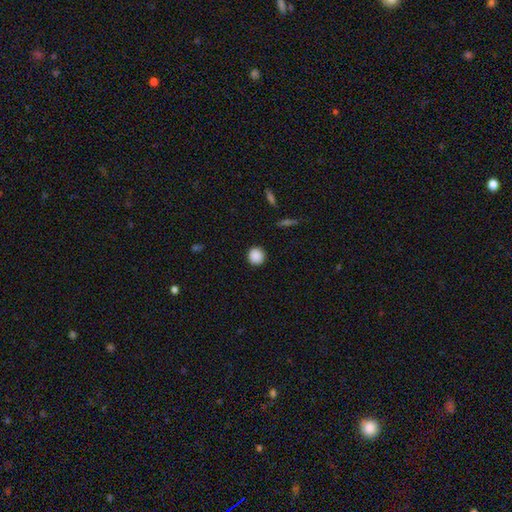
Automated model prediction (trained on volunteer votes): A smooth galaxy with no disk features (89%) that is round (93%).

Vote fractions:
- Smooth or featured? smooth: 89% / star or artifact: 8% / featured or disk: 3%
- How rounded? round: 93% / in between: 6% / cigar-shaped: 1%
- Merging? none: 92% / minor disturbance: 5% / major disturbance: 2% / merger: 1%